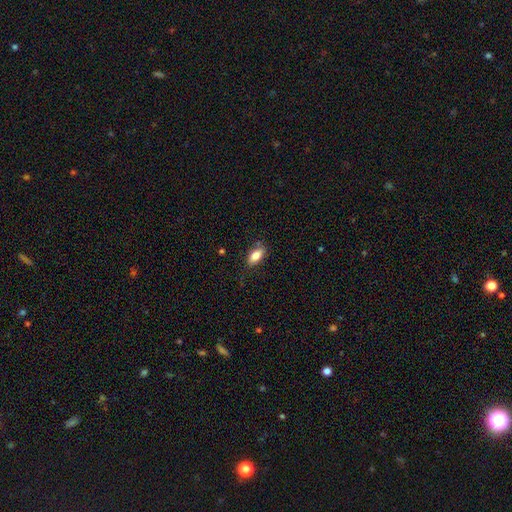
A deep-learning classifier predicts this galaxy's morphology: Smooth or featured? smooth (80%)
How rounded? in between (85%)
Merging? none (79%)